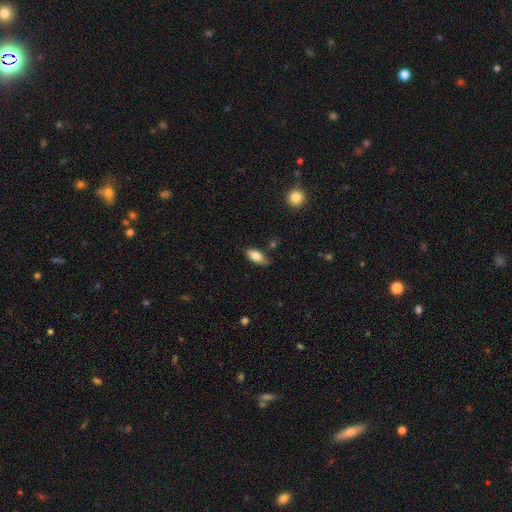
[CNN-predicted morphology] Smooth or featured?
  - smooth: 79% *
  - featured or disk: 15%
  - star or artifact: 7%
How rounded?
  - in between: 86% *
  - cigar-shaped: 11%
  - round: 3%
Merging?
  - none: 72% *
  - minor disturbance: 22%
  - major disturbance: 4%
  - merger: 3%